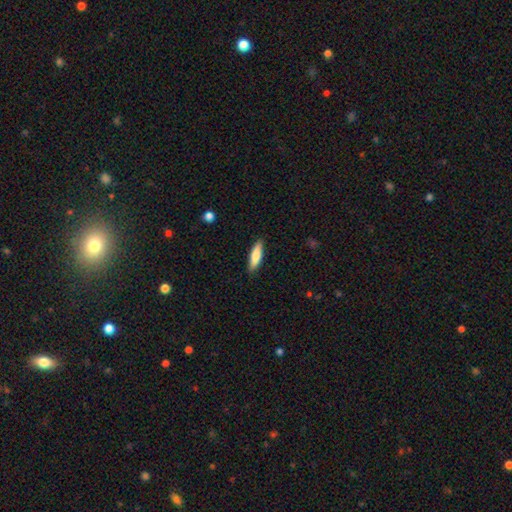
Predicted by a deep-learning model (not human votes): The model was most divided on "how rounded": cigar-shaped: 60%, in between: 38%, round: 2%. More confident: merging — none (87%); smooth or featured — smooth (80%).